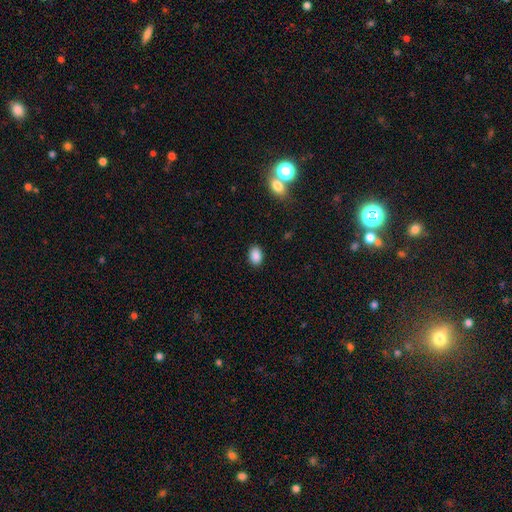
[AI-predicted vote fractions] smooth 89%, star or artifact 8%, featured or disk 3%. Down the decision tree: how rounded — in between (81%); merging — none (89%).